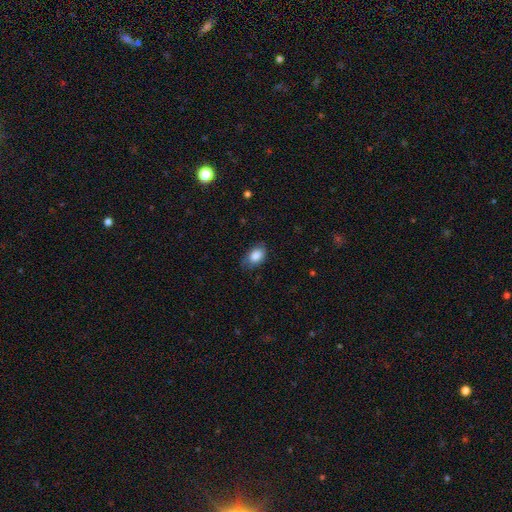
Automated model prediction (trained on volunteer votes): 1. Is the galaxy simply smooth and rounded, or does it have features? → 83% smooth, 9% featured or disk, 7% star or artifact.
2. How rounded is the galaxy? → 88% in between, 11% round, 1% cigar-shaped.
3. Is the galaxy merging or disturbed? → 70% none, 24% minor disturbance, 5% major disturbance, 1% merger.